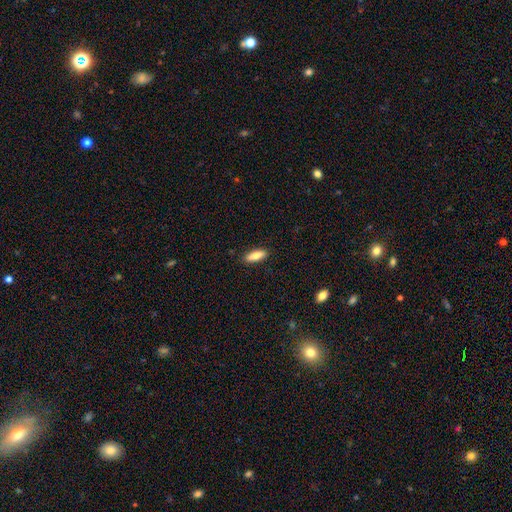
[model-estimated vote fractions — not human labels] smooth_or_featured: smooth (p=0.81) [alt: featured or disk p=0.13]
how_rounded: in between (p=0.57) [alt: cigar-shaped p=0.41]
merging: none (p=0.89) [alt: minor disturbance p=0.08]